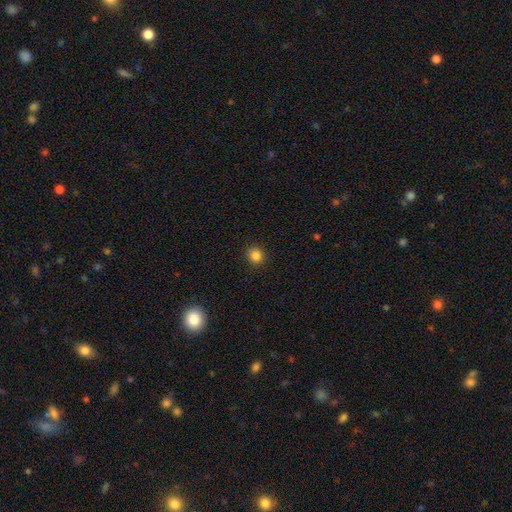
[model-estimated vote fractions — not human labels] smooth_or_featured: smooth (p=0.84) [alt: star or artifact p=0.12]
how_rounded: round (p=0.87) [alt: in between p=0.12]
merging: none (p=0.91) [alt: minor disturbance p=0.06]